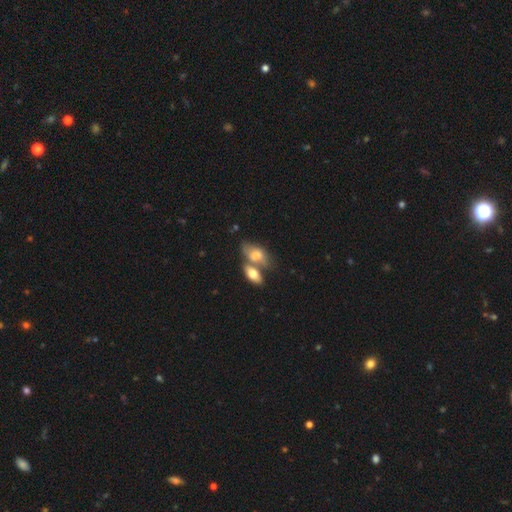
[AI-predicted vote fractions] Smooth or featured? Predicted: smooth (p=0.65). How rounded? Predicted: in between (p=0.86). Merging? Predicted: merger (p=0.56).